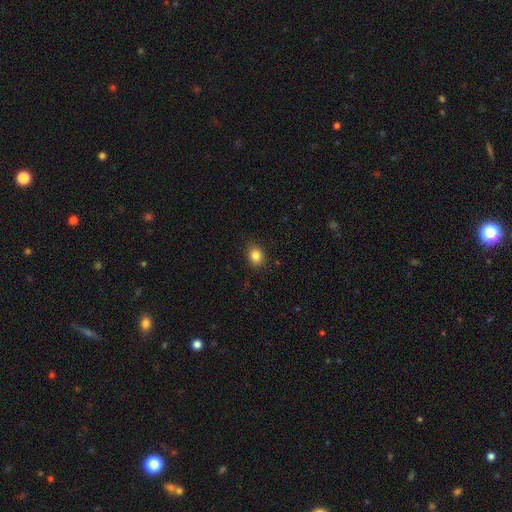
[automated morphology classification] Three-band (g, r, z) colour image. It shows a smooth galaxy with no disk features (83%) that is round (55%). Merging: none (87%).